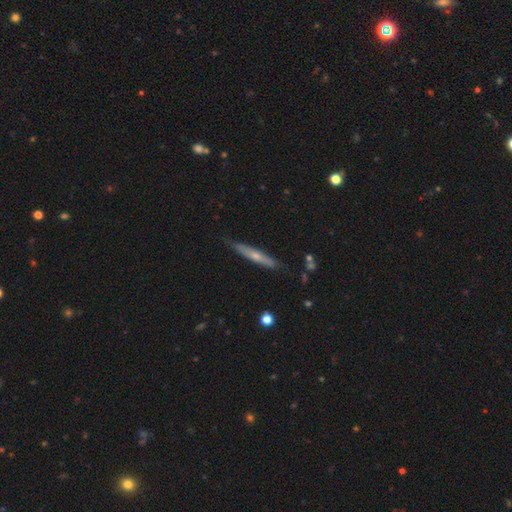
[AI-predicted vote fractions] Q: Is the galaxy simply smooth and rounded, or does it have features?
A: featured or disk — 51%.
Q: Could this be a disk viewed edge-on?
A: yes — 87%.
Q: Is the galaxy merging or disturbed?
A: none — 77%.